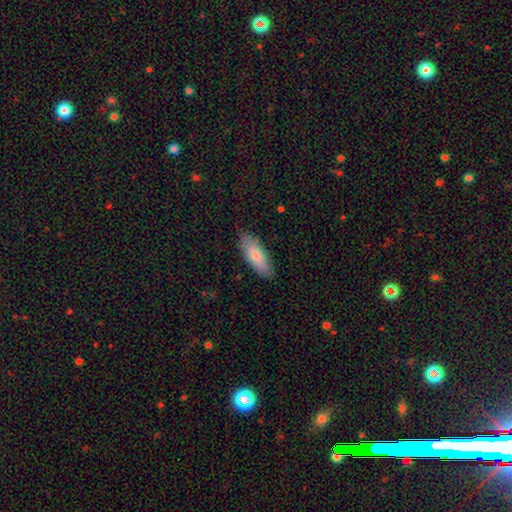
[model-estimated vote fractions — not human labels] smooth 79%, featured or disk 16%, star or artifact 6%. Down the decision tree: how rounded — in between (71%); merging — none (86%).